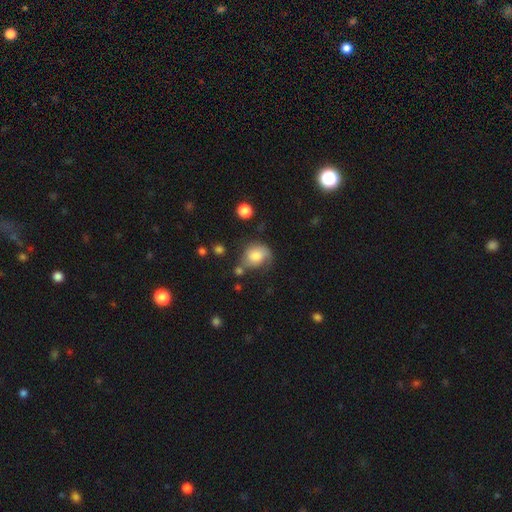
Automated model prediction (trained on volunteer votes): Q: Smooth or featured?
A: smooth (68%); runner-up: featured or disk (23%)
Q: How rounded?
A: round (57%); runner-up: in between (42%)
Q: Merging?
A: none (44%); runner-up: minor disturbance (30%)